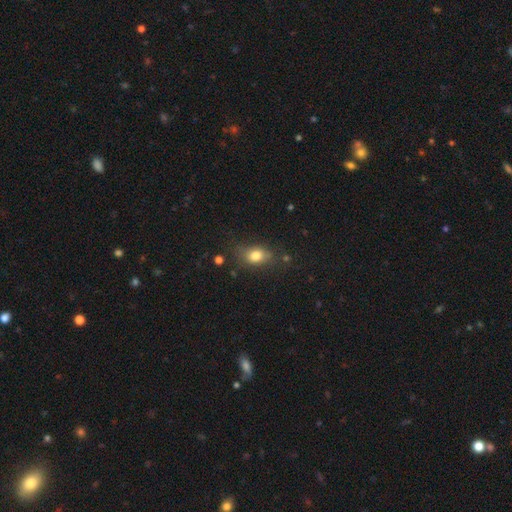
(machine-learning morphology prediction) type=smooth (80%); roundness=in between (70%); merging=none (68%).